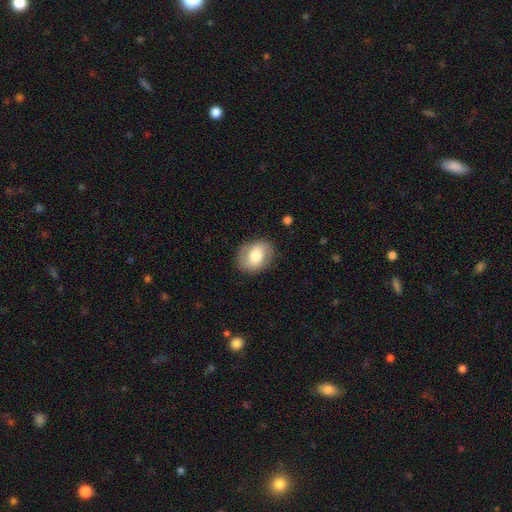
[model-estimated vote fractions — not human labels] This is likely a smooth galaxy (60%). How rounded: likely in between (61%). Merging: clearly none (84%).